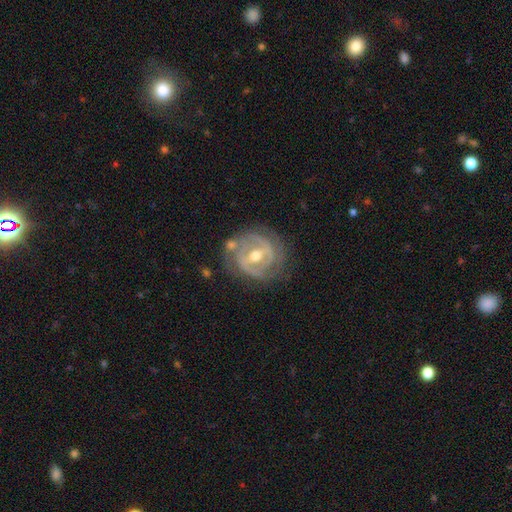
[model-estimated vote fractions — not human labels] Smooth or featured? Predicted: featured or disk (p=0.86). Edge-on disk? Predicted: no (p=0.96). Bar? Predicted: weak (p=0.42). Spiral arms? Predicted: yes (p=0.89). Spiral winding? Predicted: tight (p=0.64). Spiral arm count? Predicted: 2 (p=0.58). Bulge size? Predicted: moderate (p=0.72). Merging? Predicted: none (p=0.72).